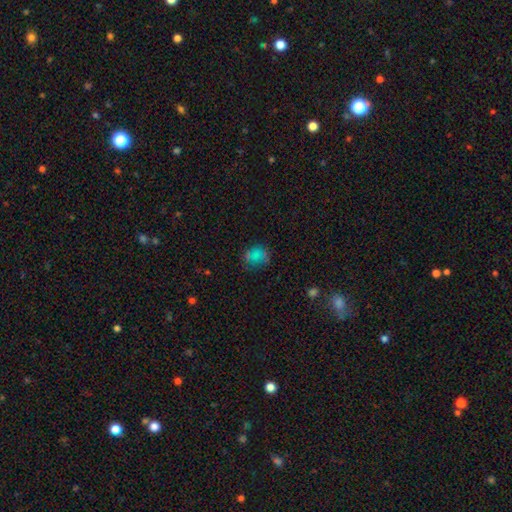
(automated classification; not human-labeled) This is possibly a smooth galaxy (59%). How rounded: possibly round (57%). Merging: possibly none (55%).